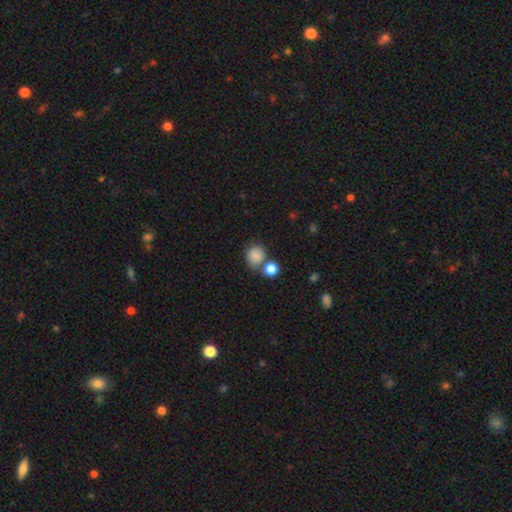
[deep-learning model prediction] Overall: smooth (84%). How rounded: round (76%). Merging: none (53%; merger 27%).